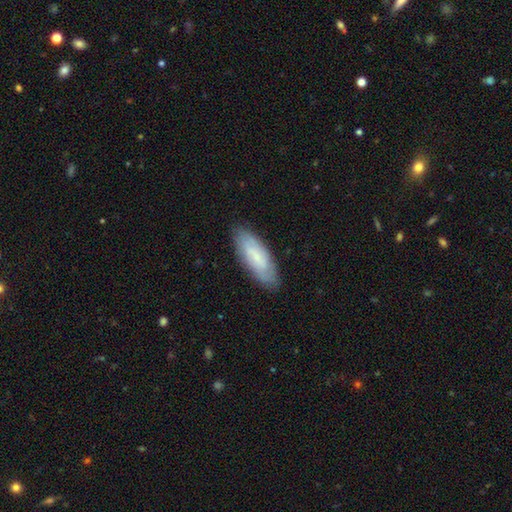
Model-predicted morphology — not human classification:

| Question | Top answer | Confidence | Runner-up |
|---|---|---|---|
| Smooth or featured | smooth | 61% | featured or disk (32%) |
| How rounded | in between | 63% | cigar-shaped (35%) |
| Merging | none | 84% | minor disturbance (13%) |